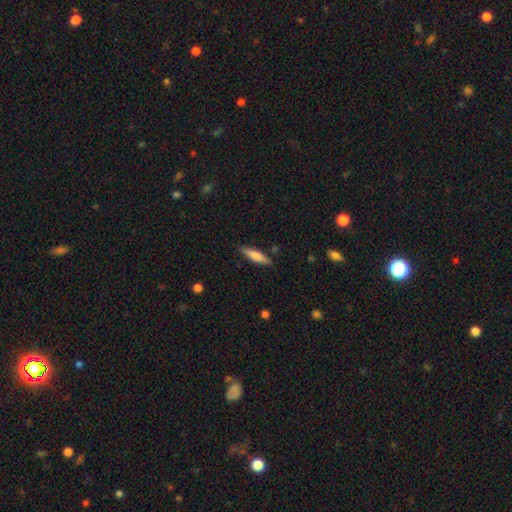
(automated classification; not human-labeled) Overall: smooth (62%; featured or disk 32%). How rounded: cigar-shaped (75%). Merging: none (87%).